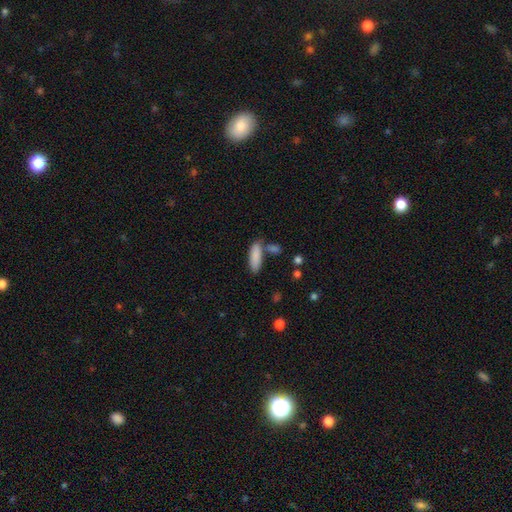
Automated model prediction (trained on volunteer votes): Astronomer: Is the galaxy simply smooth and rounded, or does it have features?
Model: smooth — 86%.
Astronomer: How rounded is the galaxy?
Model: in between — 52% (runner-up: cigar-shaped, 46%).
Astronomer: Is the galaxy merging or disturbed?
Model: none — 67%.